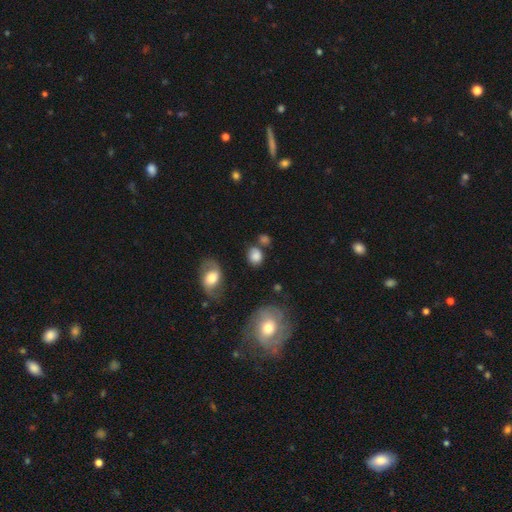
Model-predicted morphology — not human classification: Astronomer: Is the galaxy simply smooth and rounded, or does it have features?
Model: smooth — 79%.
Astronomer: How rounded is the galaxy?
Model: round — 58% (runner-up: in between, 40%).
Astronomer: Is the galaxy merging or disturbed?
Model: none — 64%.